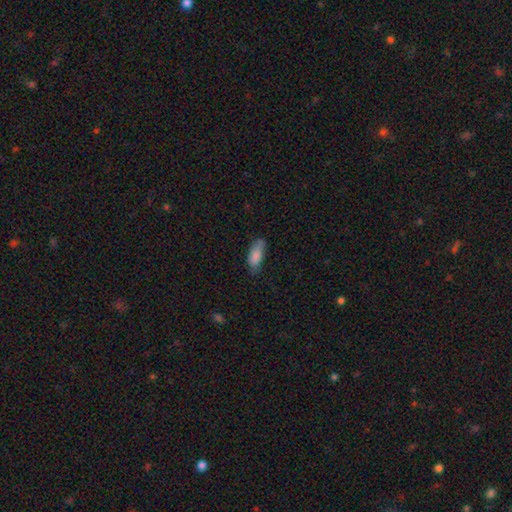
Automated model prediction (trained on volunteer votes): Smooth or featured? smooth (84%)
How rounded? in between (78%)
Merging? none (63%)